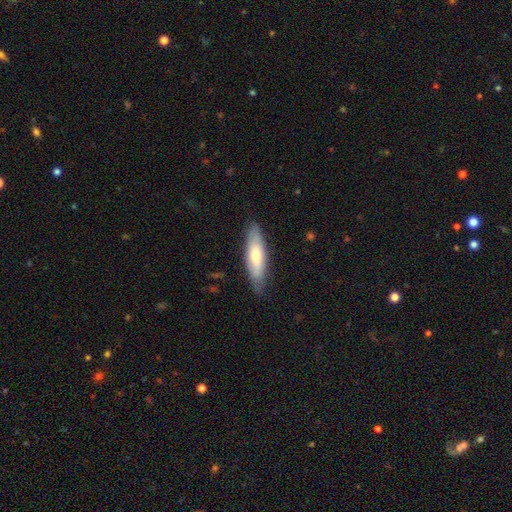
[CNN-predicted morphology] Smooth or featured?
  - smooth: 61% *
  - featured or disk: 33%
  - star or artifact: 6%
How rounded?
  - cigar-shaped: 65% *
  - in between: 34%
  - round: 1%
Merging?
  - none: 82% *
  - minor disturbance: 14%
  - major disturbance: 2%
  - merger: 1%